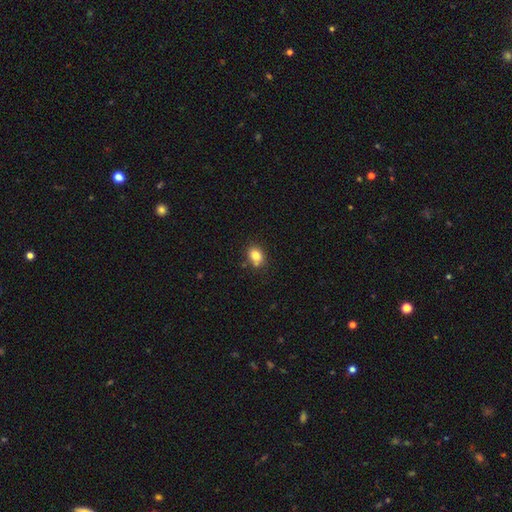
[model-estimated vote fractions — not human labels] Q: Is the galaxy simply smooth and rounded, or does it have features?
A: smooth — 82%.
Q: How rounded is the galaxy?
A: in between — 57%.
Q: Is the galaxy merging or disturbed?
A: none — 68%.